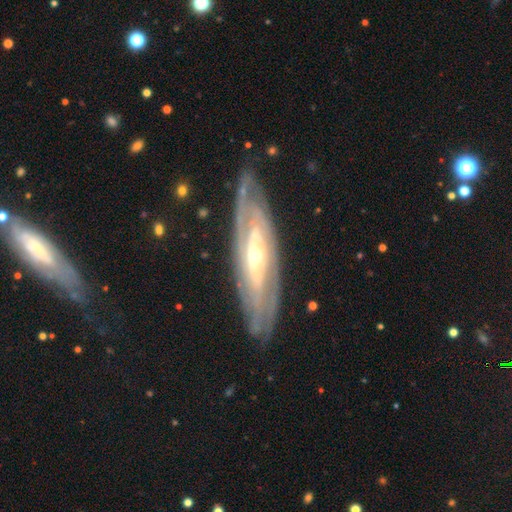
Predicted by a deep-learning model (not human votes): smooth-or-featured: featured or disk: 85% | smooth: 10% | star or artifact: 5%
  disk-edge-on: no: 76% | yes: 24%
    bar: no: 39% | weak: 32% | strong: 30%
    has-spiral-arms: yes: 88% | no: 12%
      spiral-winding: tight: 70% | medium: 23% | loose: 6%
      spiral-arm-count: can't tell: 47% | 2: 27% | 3: 10% | 4: 6% | more than 4: 5% | 1: 4%
    bulge-size: small: 59% | moderate: 36% | large: 3% | none: 1% | dominant: 1%
  merging: none: 80% | minor disturbance: 14% | major disturbance: 5% | merger: 1%